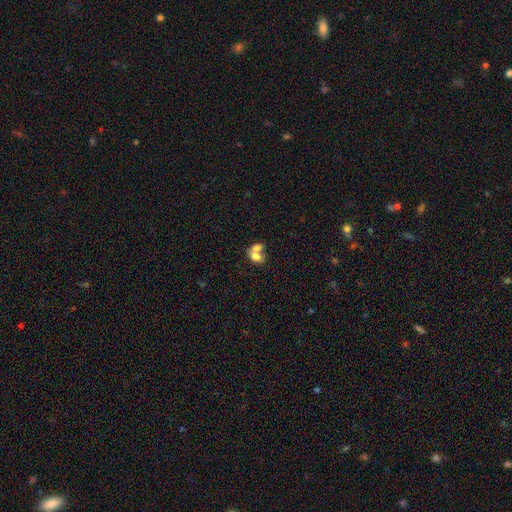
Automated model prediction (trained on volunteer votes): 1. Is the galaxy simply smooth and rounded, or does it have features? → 71% smooth, 20% featured or disk, 9% star or artifact.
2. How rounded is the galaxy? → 70% in between, 29% round, 1% cigar-shaped.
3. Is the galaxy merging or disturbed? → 69% merger, 20% none, 6% minor disturbance, 4% major disturbance.